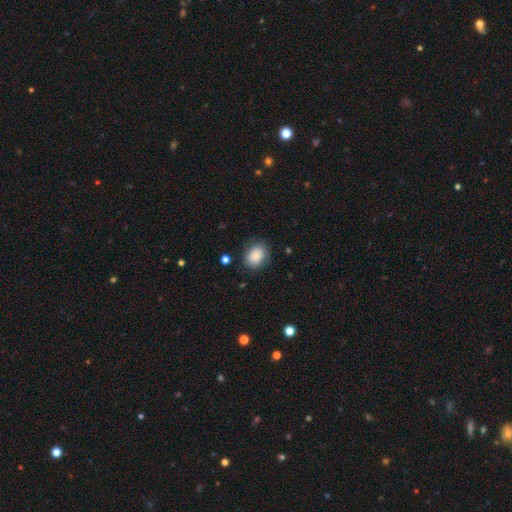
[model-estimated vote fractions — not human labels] Overall: smooth (82%). How rounded: in between (61%; round 38%). Merging: none (78%).